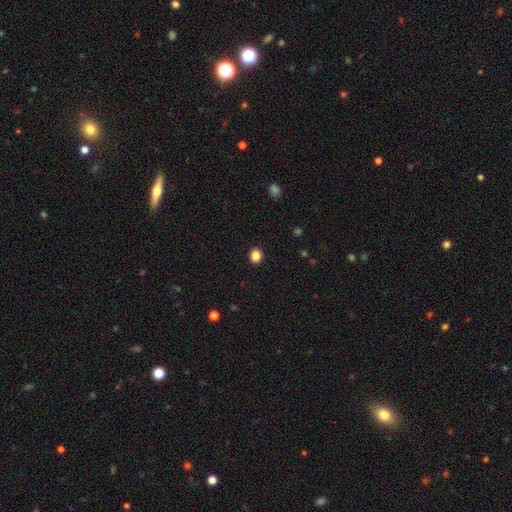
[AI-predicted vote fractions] The model was most divided on "how rounded": round: 72%, in between: 27%, cigar-shaped: 1%. More confident: merging — none (92%); smooth or featured — smooth (85%).